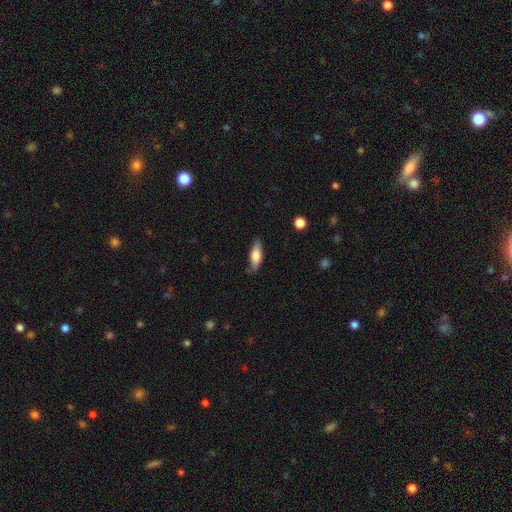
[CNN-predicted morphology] Smooth or featured? Predicted: smooth (p=0.69). How rounded? Predicted: in between (p=0.60). Merging? Predicted: none (p=0.80).